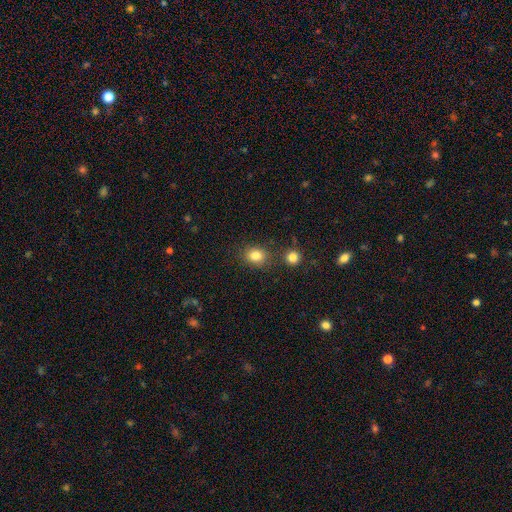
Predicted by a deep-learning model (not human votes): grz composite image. It shows a smooth galaxy with no disk features (82%) that is round (57%). Merging: none (76%).